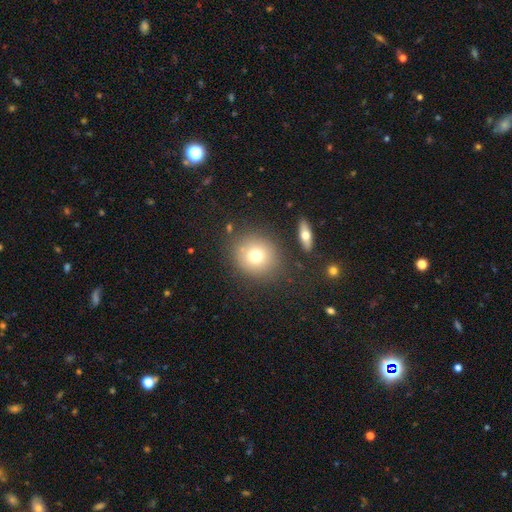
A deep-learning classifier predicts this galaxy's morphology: type=smooth (73%); roundness=round (82%); merging=none (80%).